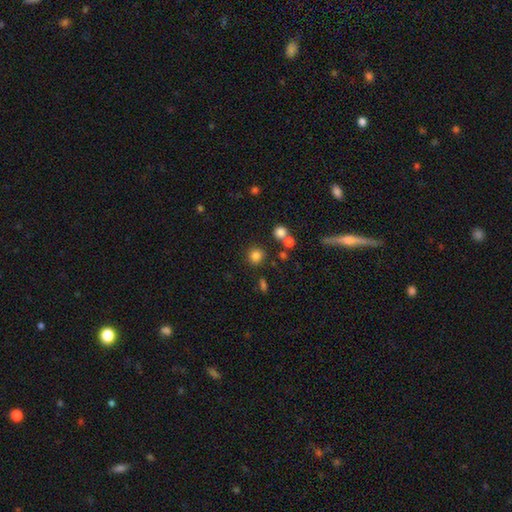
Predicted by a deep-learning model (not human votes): smooth_or_featured: smooth (p=0.82) [alt: star or artifact p=0.13]
how_rounded: round (p=0.89) [alt: in between p=0.10]
merging: none (p=0.83) [alt: minor disturbance p=0.08]